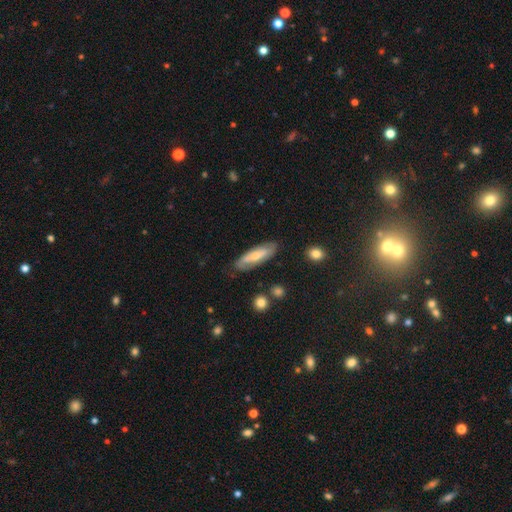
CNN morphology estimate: A smooth galaxy with no disk features (52%) that is cigar-shaped (50%). Merging: none (79%).